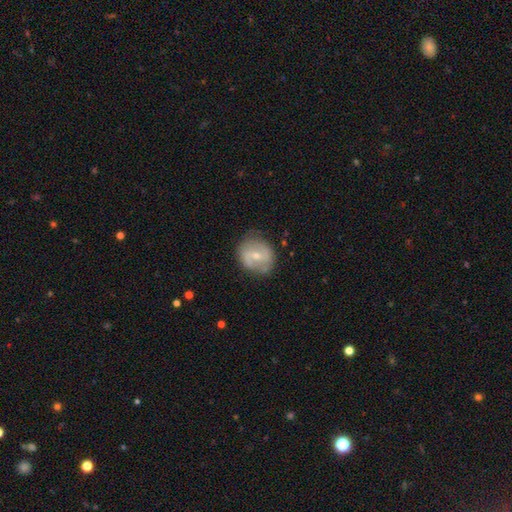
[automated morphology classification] Overall: featured or disk (64%; smooth 29%). Edge-on disk: no (97%). Bar: weak (50%; no 29%). Spiral arms: yes (75%). Bulge size: small (53%; moderate 43%). Merging: none (77%).